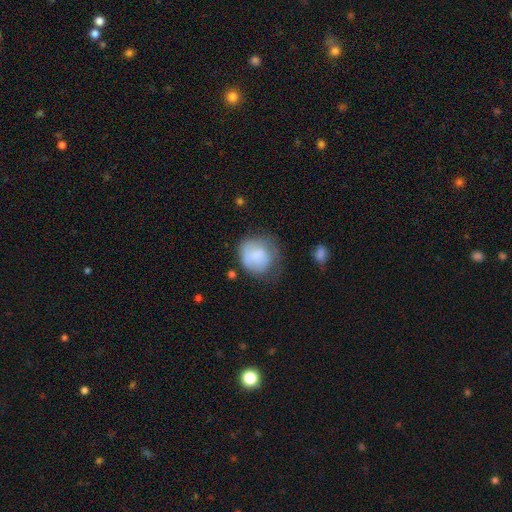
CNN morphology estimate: Smooth or featured? Predicted: smooth (p=0.69). How rounded? Predicted: round (p=0.80). Merging? Predicted: none (p=0.46).